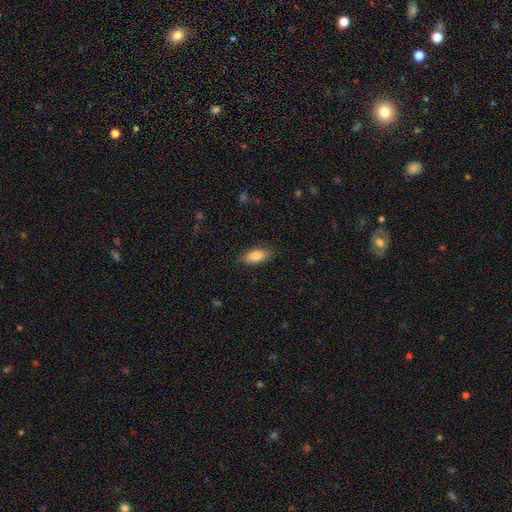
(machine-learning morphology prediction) This is clearly a smooth galaxy (82%). How rounded: clearly in between (82%). Merging: clearly none (85%).